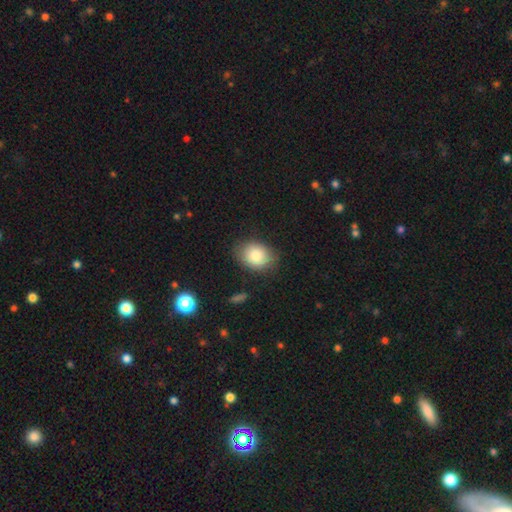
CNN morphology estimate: Smooth or featured?
  - smooth: 83% *
  - featured or disk: 9%
  - star or artifact: 8%
How rounded?
  - in between: 62% *
  - round: 37%
  - cigar-shaped: 1%
Merging?
  - none: 79% *
  - minor disturbance: 16%
  - major disturbance: 4%
  - merger: 2%